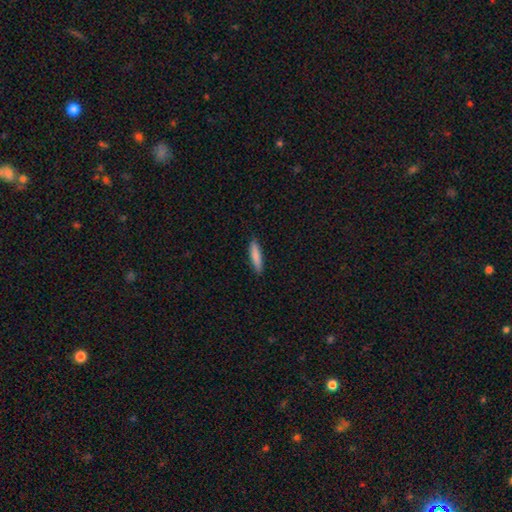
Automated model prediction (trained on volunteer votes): Morphology: type=smooth (83%); roundness=cigar-shaped (83%); merging=none (89%).